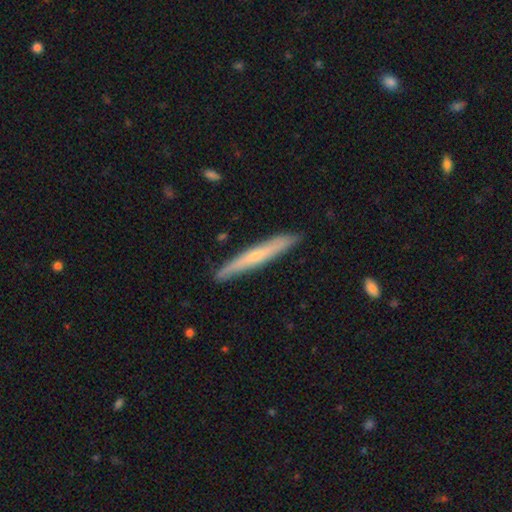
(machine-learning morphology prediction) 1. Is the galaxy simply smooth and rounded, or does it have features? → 52% smooth, 43% featured or disk, 5% star or artifact.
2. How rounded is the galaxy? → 96% cigar-shaped, 3% in between, 1% round.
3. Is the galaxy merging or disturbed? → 89% none, 9% minor disturbance, 1% major disturbance, 1% merger.